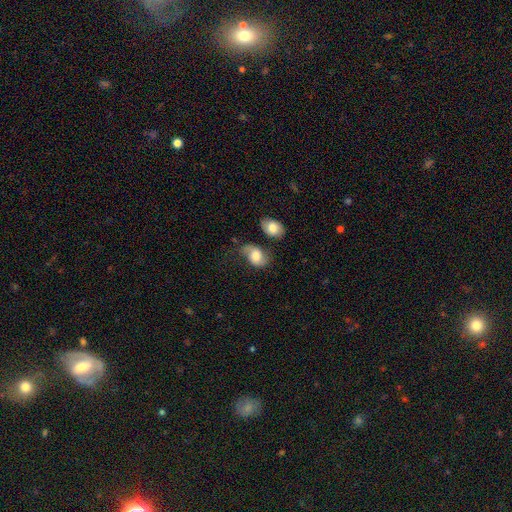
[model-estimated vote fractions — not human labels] smooth-or-featured: smooth: 61% | featured or disk: 31% | star or artifact: 8%
  how-rounded: in between: 78% | round: 20% | cigar-shaped: 1%
  merging: none: 43% | minor disturbance: 28% | major disturbance: 16% | merger: 14%